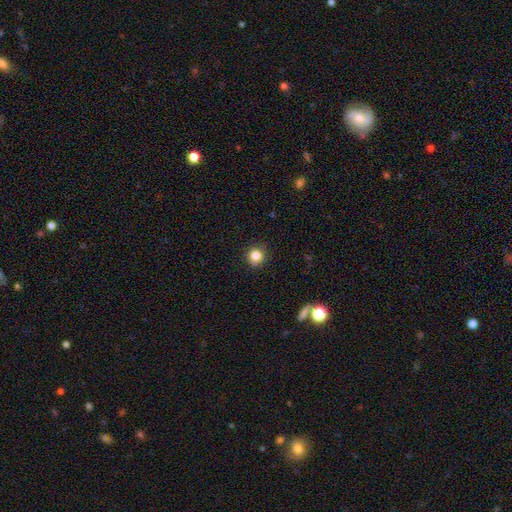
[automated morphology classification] This is clearly a smooth galaxy (84%). How rounded: clearly round (92%). Merging: clearly none (90%).